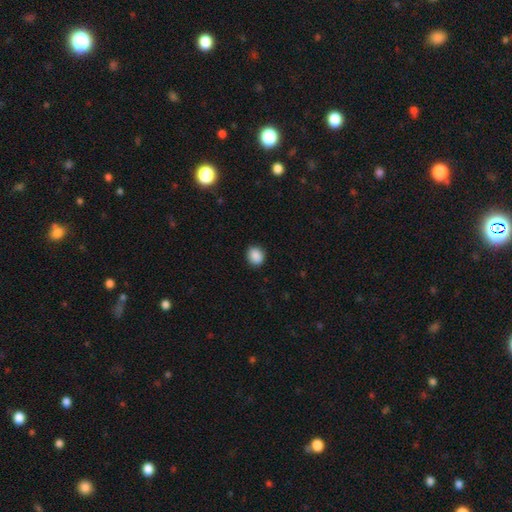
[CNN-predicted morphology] smooth_or_featured: smooth (p=0.89) [alt: star or artifact p=0.08]
how_rounded: round (p=0.63) [alt: in between p=0.36]
merging: none (p=0.88) [alt: minor disturbance p=0.09]